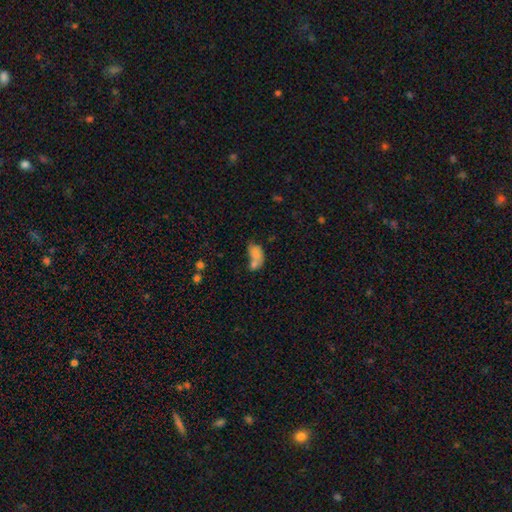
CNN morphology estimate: Smooth or featured: smooth — 73% (featured or disk — 17%)
How rounded: in between — 85% (round — 12%)
Merging: merger — 57% (none — 20%)